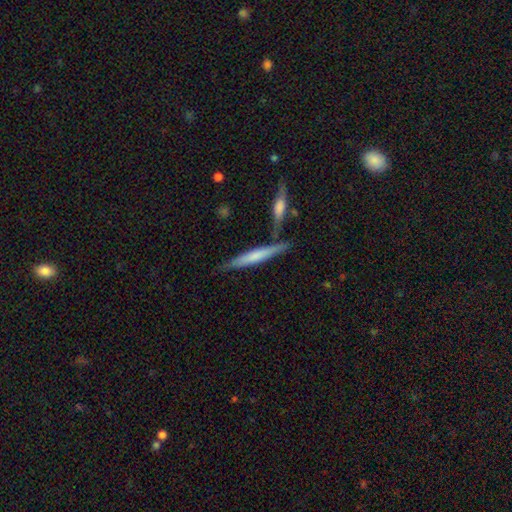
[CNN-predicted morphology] smooth-or-featured: smooth: 54% | featured or disk: 40% | star or artifact: 6%
  how-rounded: cigar-shaped: 92% | in between: 7% | round: 1%
  merging: none: 70% | merger: 15% | minor disturbance: 12% | major disturbance: 3%